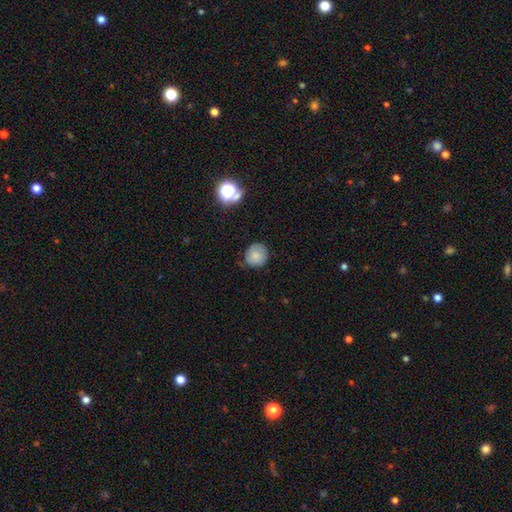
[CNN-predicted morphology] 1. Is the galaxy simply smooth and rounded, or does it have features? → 78% smooth, 11% star or artifact, 11% featured or disk.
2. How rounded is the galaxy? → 87% round, 12% in between, 1% cigar-shaped.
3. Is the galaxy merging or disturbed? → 73% none, 22% minor disturbance, 4% major disturbance, 2% merger.